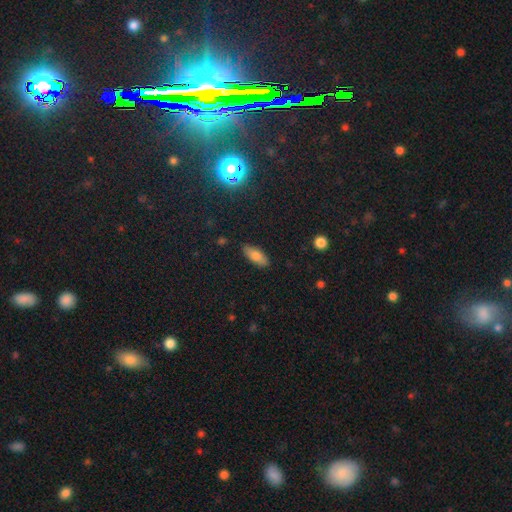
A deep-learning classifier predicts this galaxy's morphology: Smooth or featured? Predicted: smooth (p=0.77). How rounded? Predicted: in between (p=0.79). Merging? Predicted: none (p=0.86).